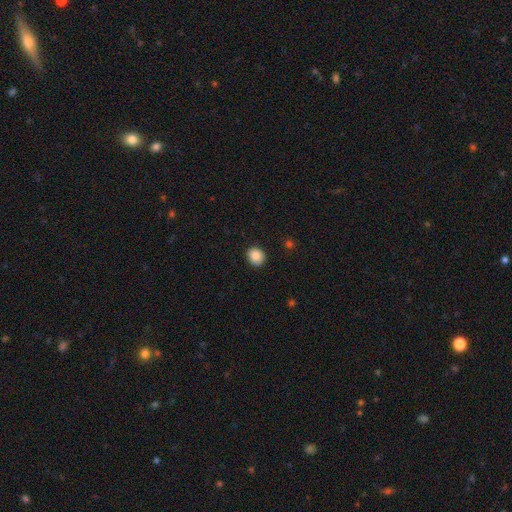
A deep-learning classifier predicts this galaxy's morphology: This is clearly a smooth galaxy (88%). How rounded: likely round (76%). Merging: clearly none (89%).